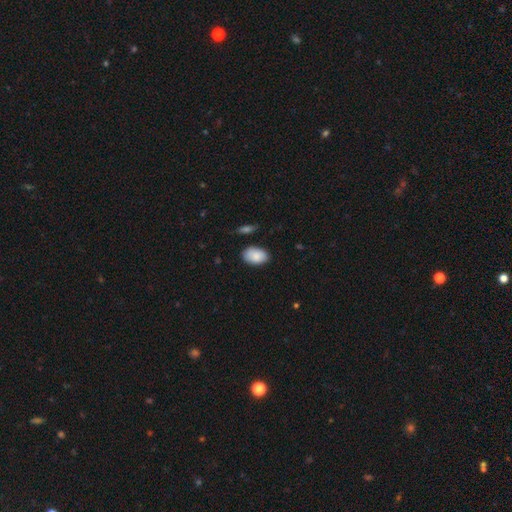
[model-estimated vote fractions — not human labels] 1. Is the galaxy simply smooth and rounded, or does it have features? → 87% smooth, 7% featured or disk, 6% star or artifact.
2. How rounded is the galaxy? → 91% in between, 8% round, 1% cigar-shaped.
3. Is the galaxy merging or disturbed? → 79% none, 16% minor disturbance, 3% major disturbance, 2% merger.